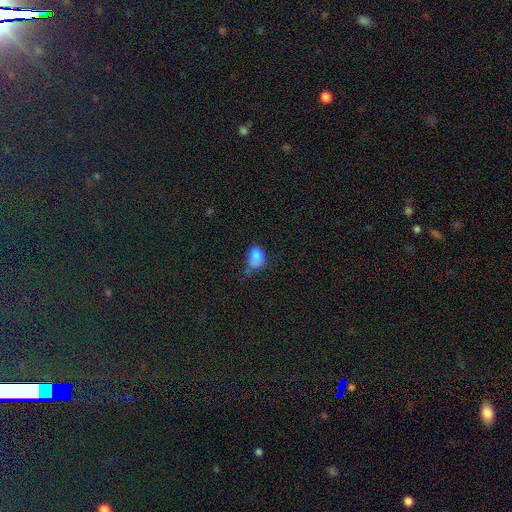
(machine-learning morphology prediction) A smooth galaxy with no disk features (82%) that is in between round and cigar-shaped (63%). Merging: minor disturbance (40%).